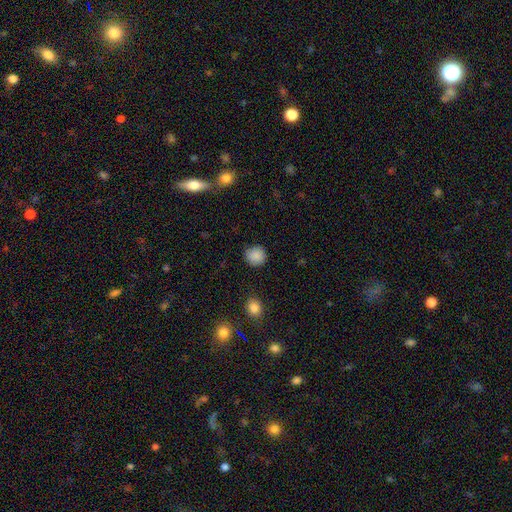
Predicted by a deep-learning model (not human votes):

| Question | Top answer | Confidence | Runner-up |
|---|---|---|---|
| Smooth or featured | smooth | 88% | star or artifact (9%) |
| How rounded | round | 92% | in between (7%) |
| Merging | none | 88% | minor disturbance (8%) |